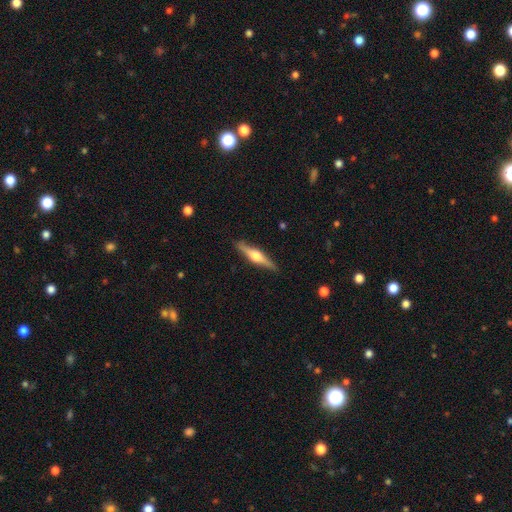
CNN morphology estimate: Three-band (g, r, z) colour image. It shows a featured or disk galaxy (73%) viewed edge-on (97%) with a rounded central bulge (94%). Merging: none (90%).